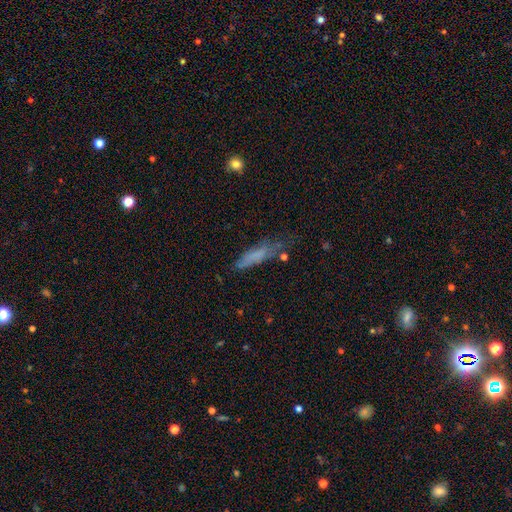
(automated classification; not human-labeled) The model was most divided on "merging": none: 50%, minor disturbance: 29%, major disturbance: 16%, merger: 5%. More confident: how rounded — cigar-shaped (75%); smooth or featured — smooth (67%).